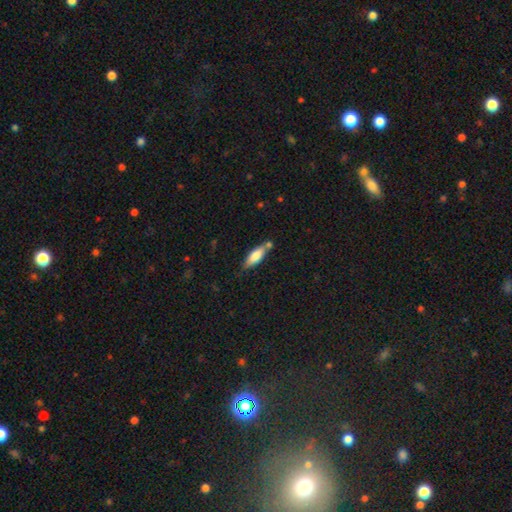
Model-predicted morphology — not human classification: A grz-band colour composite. It shows a smooth galaxy with no disk features (74%) that is in between round and cigar-shaped (59%). Merging: none (61%).